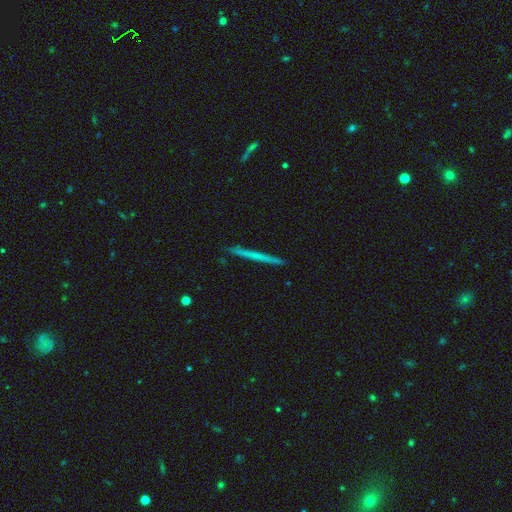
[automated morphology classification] Smooth or featured? smooth (48%)
Merging? none (92%)